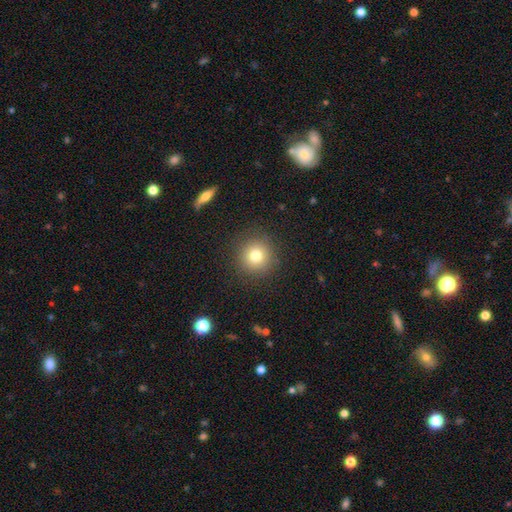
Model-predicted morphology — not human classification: Overall: smooth (78%). How rounded: round (94%). Merging: none (89%).